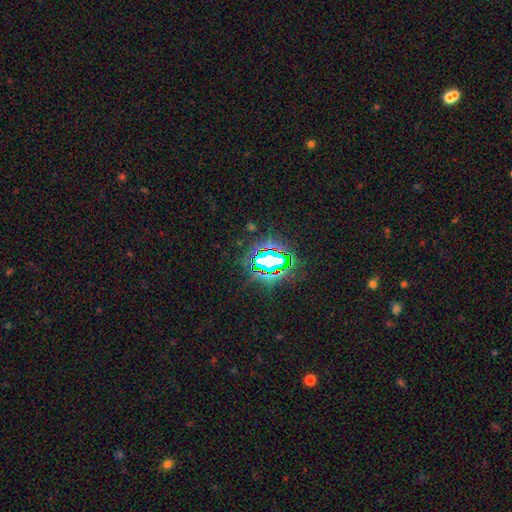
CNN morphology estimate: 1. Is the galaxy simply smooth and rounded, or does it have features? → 79% star or artifact, 12% smooth, 9% featured or disk.